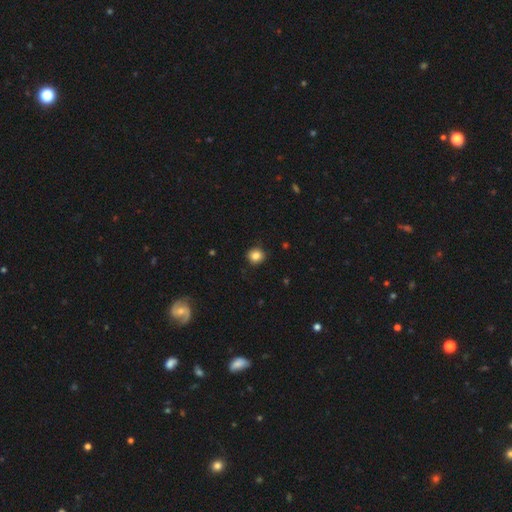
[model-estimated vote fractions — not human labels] smooth_or_featured: smooth (p=0.85) [alt: star or artifact p=0.10]
how_rounded: round (p=0.85) [alt: in between p=0.14]
merging: none (p=0.90) [alt: minor disturbance p=0.08]